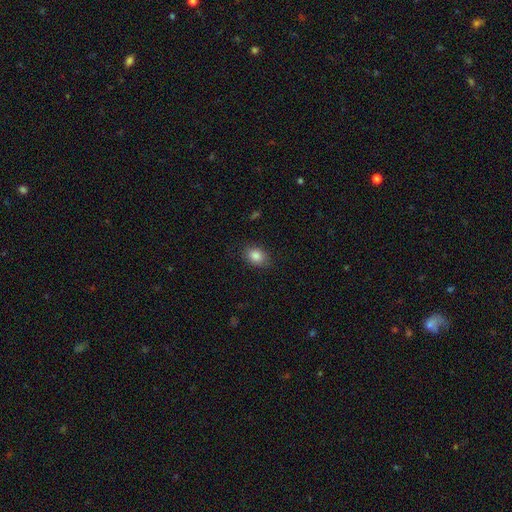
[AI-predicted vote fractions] Overall: smooth (86%). How rounded: in between (67%; round 32%). Merging: none (84%).